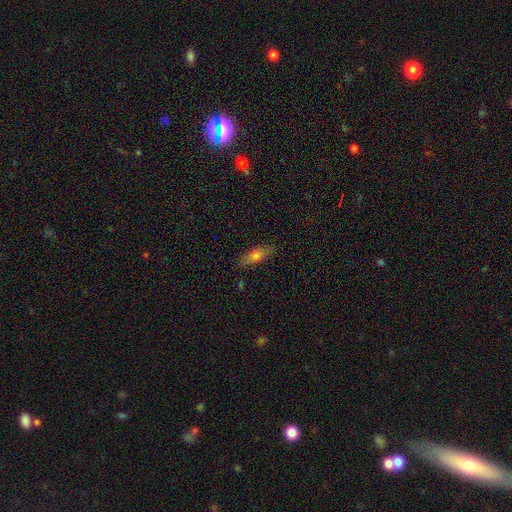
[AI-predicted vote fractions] smooth 61%, featured or disk 30%, star or artifact 8%. Down the decision tree: how rounded — in between (52%); merging — none (84%).